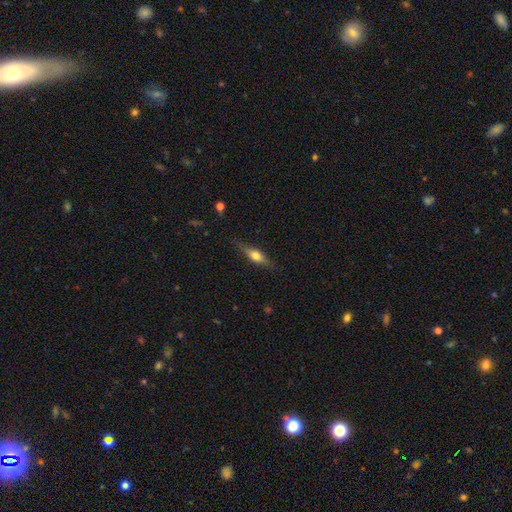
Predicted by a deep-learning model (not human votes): Smooth or featured?
  - smooth: 51% *
  - featured or disk: 43%
  - star or artifact: 7%
How rounded?
  - cigar-shaped: 56% *
  - in between: 40%
  - round: 4%
Merging?
  - none: 79% *
  - minor disturbance: 16%
  - major disturbance: 4%
  - merger: 1%